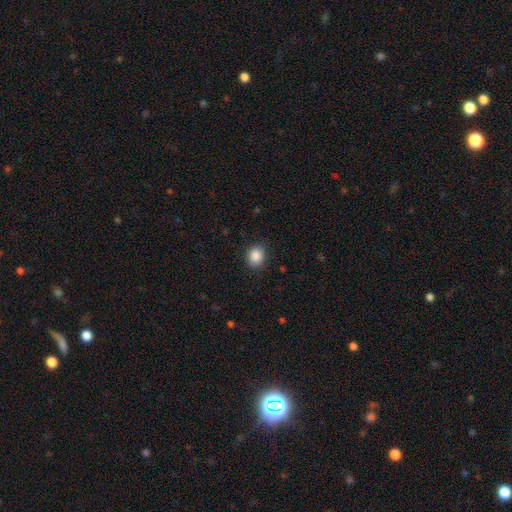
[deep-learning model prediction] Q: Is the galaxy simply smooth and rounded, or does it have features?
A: smooth — 88%.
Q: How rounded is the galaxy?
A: round — 53%.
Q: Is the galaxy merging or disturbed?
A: none — 86%.